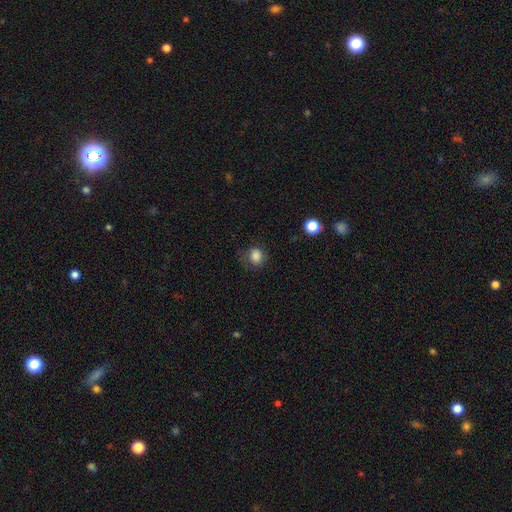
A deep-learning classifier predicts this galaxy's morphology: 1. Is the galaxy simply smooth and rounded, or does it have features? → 84% smooth, 10% star or artifact, 5% featured or disk.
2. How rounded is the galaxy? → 67% round, 32% in between, 1% cigar-shaped.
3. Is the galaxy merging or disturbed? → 69% none, 21% minor disturbance, 9% major disturbance, 1% merger.